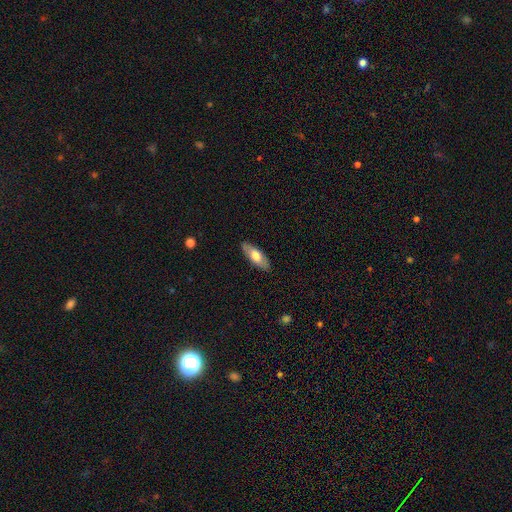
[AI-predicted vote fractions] Q: Smooth or featured?
A: smooth (64%); runner-up: featured or disk (31%)
Q: How rounded?
A: in between (69%); runner-up: cigar-shaped (28%)
Q: Merging?
A: none (87%); runner-up: minor disturbance (10%)